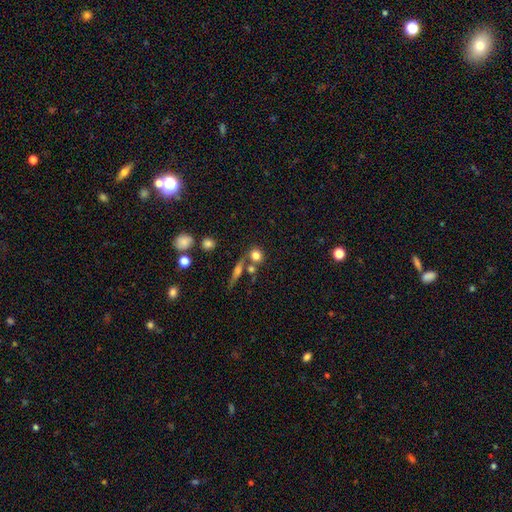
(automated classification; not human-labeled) A smooth galaxy with no disk features (76%) that is round (83%).

Vote fractions:
- Smooth or featured? smooth: 76% / featured or disk: 12% / star or artifact: 12%
- How rounded? round: 83% / in between: 14% / cigar-shaped: 3%
- Merging? none: 59% / merger: 26% / minor disturbance: 10% / major disturbance: 5%